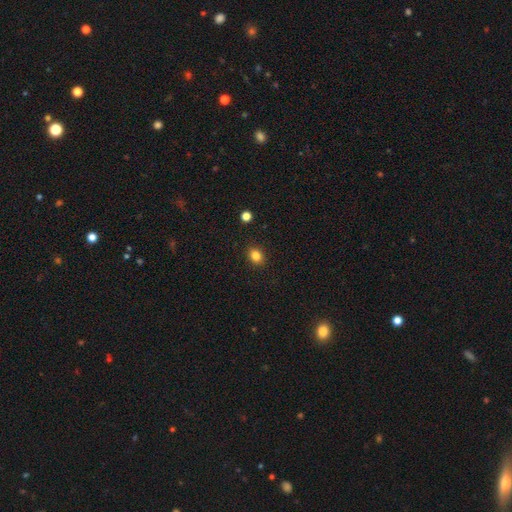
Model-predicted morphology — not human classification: smooth 83%, star or artifact 12%, featured or disk 5%. Down the decision tree: how rounded — round (59%); merging — none (90%).